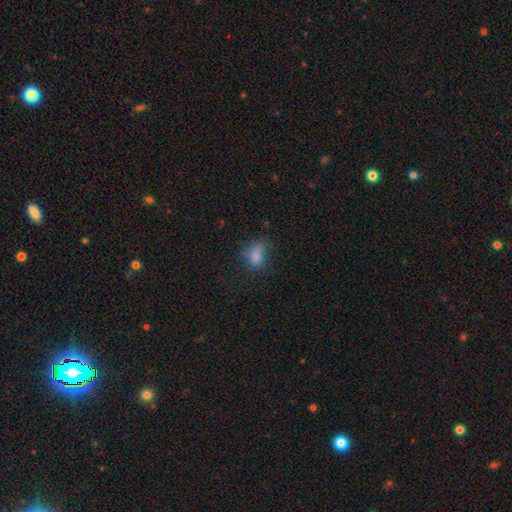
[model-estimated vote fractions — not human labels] Smooth or featured? smooth (78%)
How rounded? in between (61%)
Merging? none (57%)